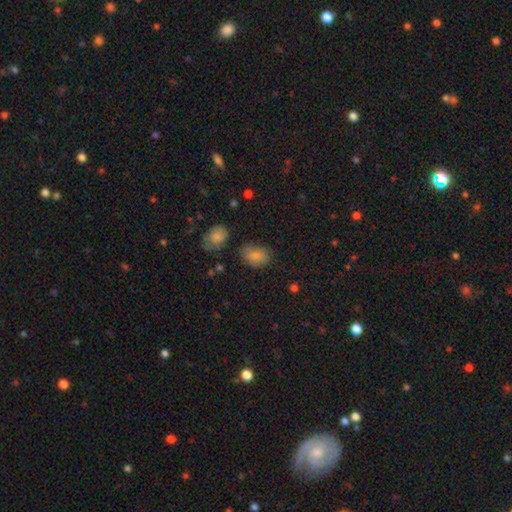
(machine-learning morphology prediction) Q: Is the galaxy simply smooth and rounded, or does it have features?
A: smooth — 82%.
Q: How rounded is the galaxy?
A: in between — 75%.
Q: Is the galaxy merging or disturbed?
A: none — 75%.